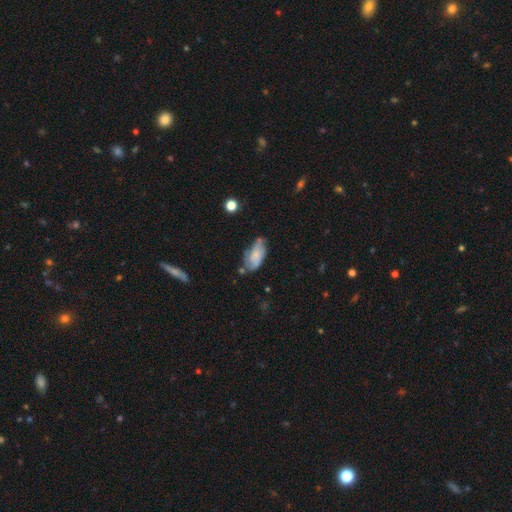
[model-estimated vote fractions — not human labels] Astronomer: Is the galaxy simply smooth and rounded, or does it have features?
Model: smooth — 48% (runner-up: featured or disk, 44%).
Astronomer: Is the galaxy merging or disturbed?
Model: none — 51% (runner-up: minor disturbance, 31%).